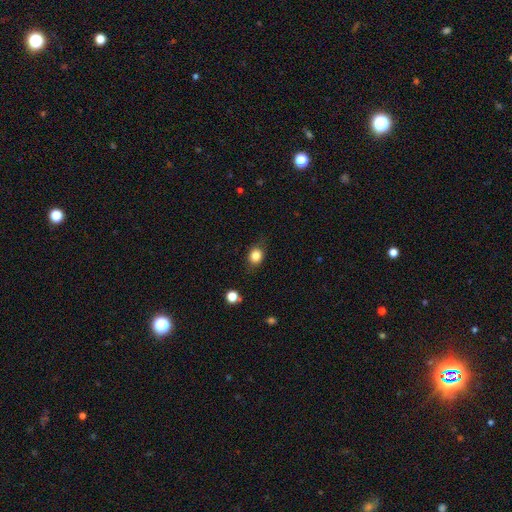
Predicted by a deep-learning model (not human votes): Morphology: type=smooth (82%); roundness=round (56%); merging=none (78%).